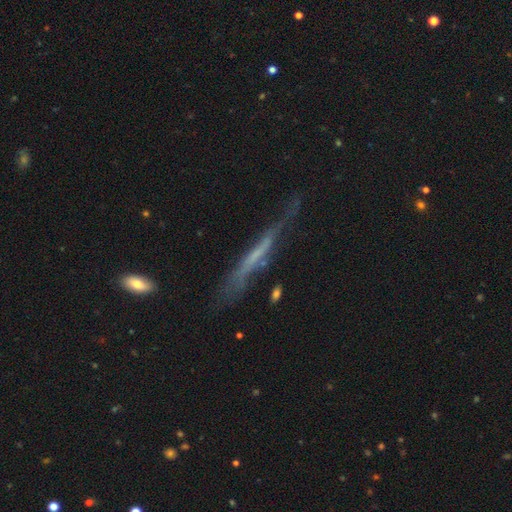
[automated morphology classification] A featured or disk galaxy (60%) viewed edge-on (82%). Merging: none (47%).